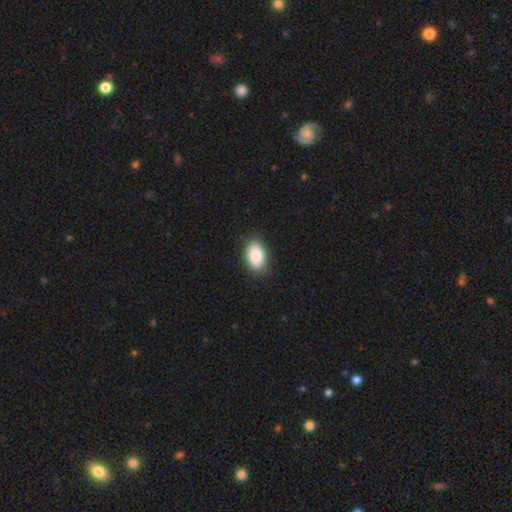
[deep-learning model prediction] smooth 89%, star or artifact 7%, featured or disk 4%. Down the decision tree: how rounded — in between (91%); merging — none (84%).